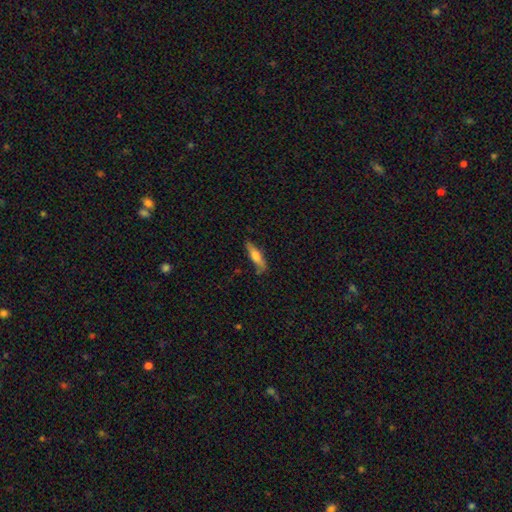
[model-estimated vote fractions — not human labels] This is likely a smooth galaxy (60%). How rounded: likely cigar-shaped (65%). Merging: likely none (71%).